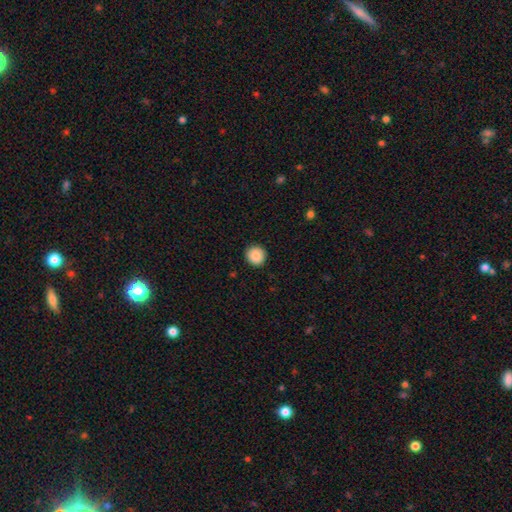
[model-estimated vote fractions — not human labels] A smooth galaxy with no disk features (89%) that is round (95%).

Vote fractions:
- Smooth or featured? smooth: 89% / star or artifact: 8% / featured or disk: 3%
- How rounded? round: 95% / in between: 4% / cigar-shaped: 1%
- Merging? none: 92% / minor disturbance: 5% / major disturbance: 2% / merger: 1%